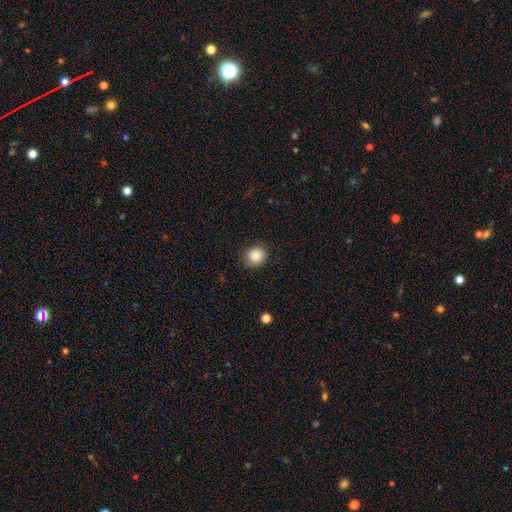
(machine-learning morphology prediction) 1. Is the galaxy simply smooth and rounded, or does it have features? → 85% smooth, 9% star or artifact, 6% featured or disk.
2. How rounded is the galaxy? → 81% round, 19% in between, 1% cigar-shaped.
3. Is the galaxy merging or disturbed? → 87% none, 10% minor disturbance, 3% major disturbance, 1% merger.